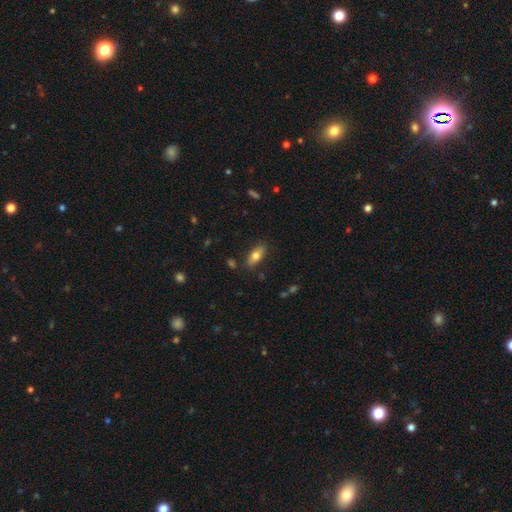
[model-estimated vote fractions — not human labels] Smooth or featured?
  - smooth: 72% *
  - featured or disk: 20%
  - star or artifact: 7%
How rounded?
  - in between: 80% *
  - cigar-shaped: 17%
  - round: 3%
Merging?
  - none: 83% *
  - minor disturbance: 12%
  - major disturbance: 3%
  - merger: 2%